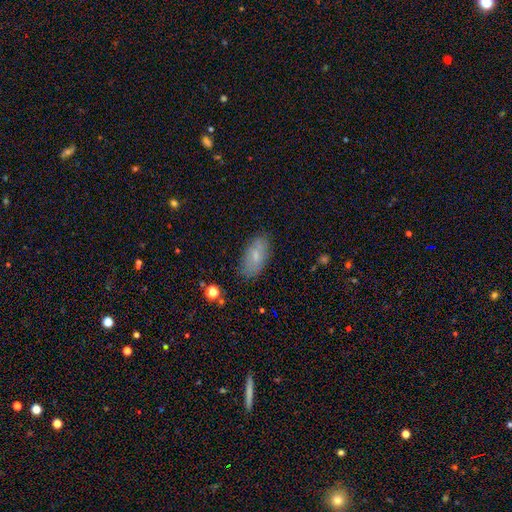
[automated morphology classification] smooth 69%, featured or disk 22%, star or artifact 8%. Down the decision tree: how rounded — in between (91%); merging — none (81%).